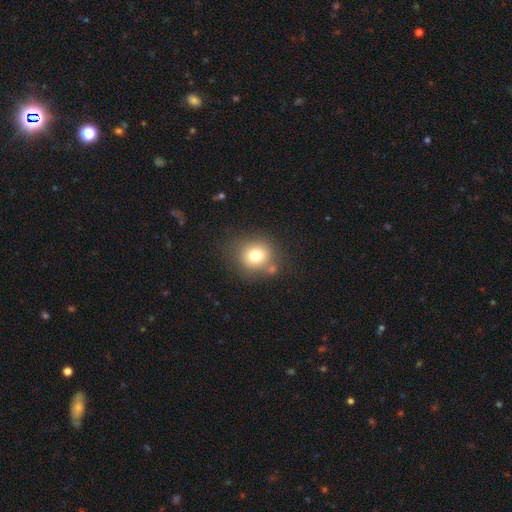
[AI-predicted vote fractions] A smooth galaxy with no disk features (76%) that is round (83%).

Vote fractions:
- Smooth or featured? smooth: 76% / star or artifact: 12% / featured or disk: 12%
- How rounded? round: 83% / in between: 16% / cigar-shaped: 1%
- Merging? none: 70% / minor disturbance: 14% / merger: 11% / major disturbance: 6%